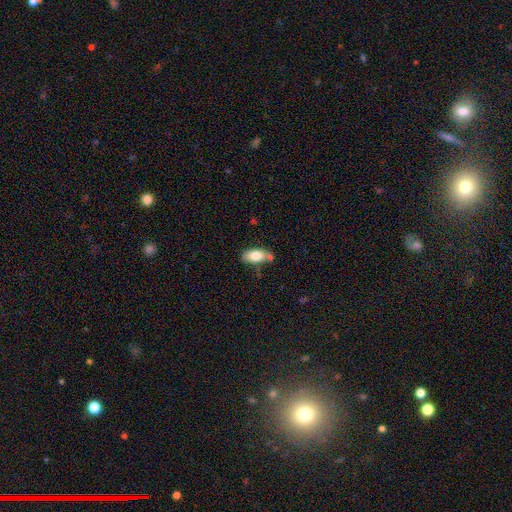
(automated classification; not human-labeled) smooth 80%, featured or disk 13%, star or artifact 7%. Down the decision tree: how rounded — in between (91%); merging — none (62%).